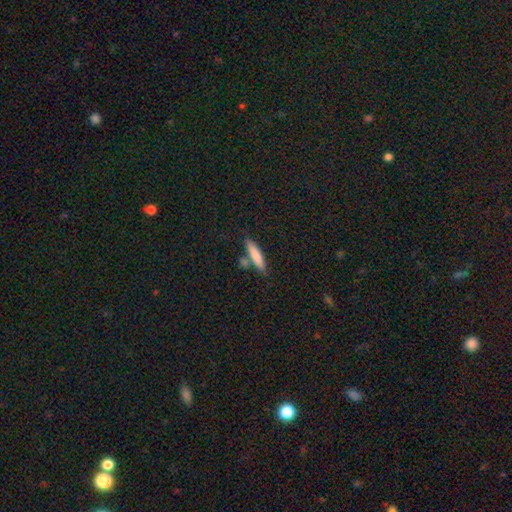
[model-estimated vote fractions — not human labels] Smooth or featured? smooth (78%)
How rounded? cigar-shaped (81%)
Merging? none (73%)